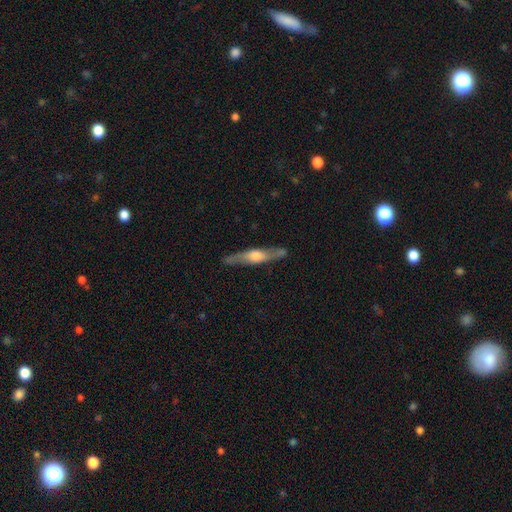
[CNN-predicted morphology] type=featured or disk (67%); edge-on=yes (93%); edge-on bulge=rounded (88%); merging=none (85%).